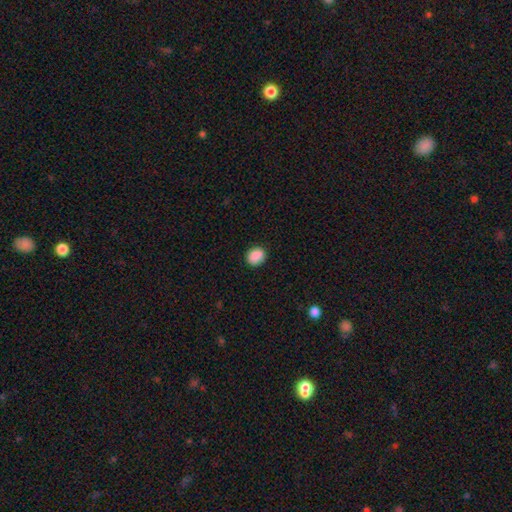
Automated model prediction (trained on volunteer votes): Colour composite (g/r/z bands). It shows a smooth galaxy with no disk features (89%) that is round (61%). Merging: none (88%).